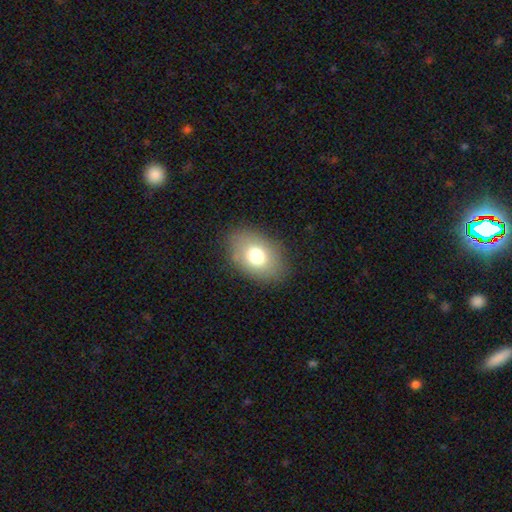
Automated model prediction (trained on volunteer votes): The model was most divided on "smooth or featured": smooth: 75%, featured or disk: 15%, star or artifact: 10%. More confident: merging — none (84%); how rounded — in between (80%).